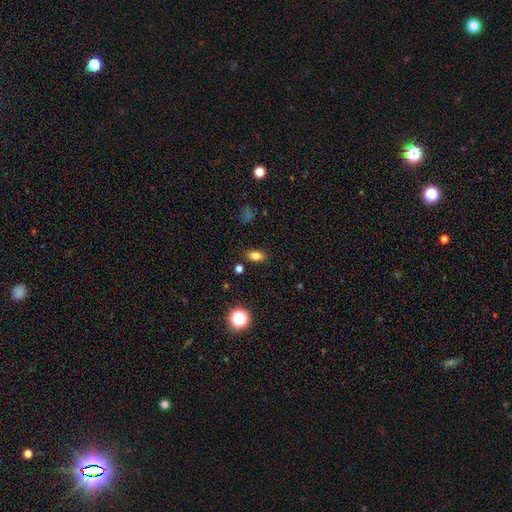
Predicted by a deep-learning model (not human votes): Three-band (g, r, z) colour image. It shows a smooth galaxy with no disk features (78%) that is in between round and cigar-shaped (85%). Merging: none (85%).